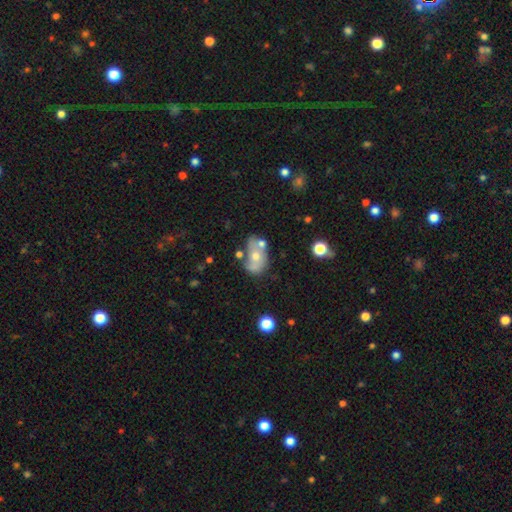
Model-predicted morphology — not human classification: A smooth galaxy with no disk features (45%, tied with featured or disk). Merging: none (36%).